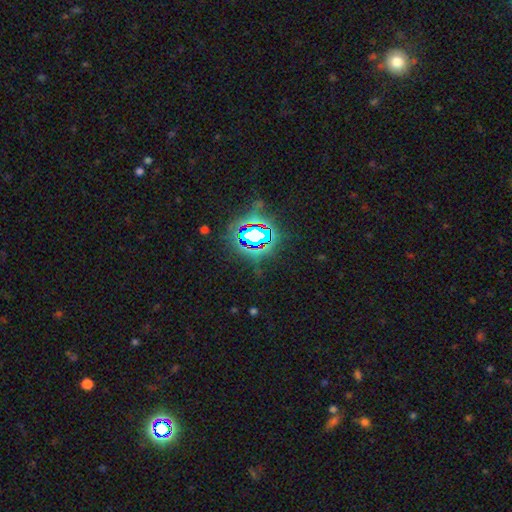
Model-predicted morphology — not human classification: Smooth or featured? star or artifact (82%)